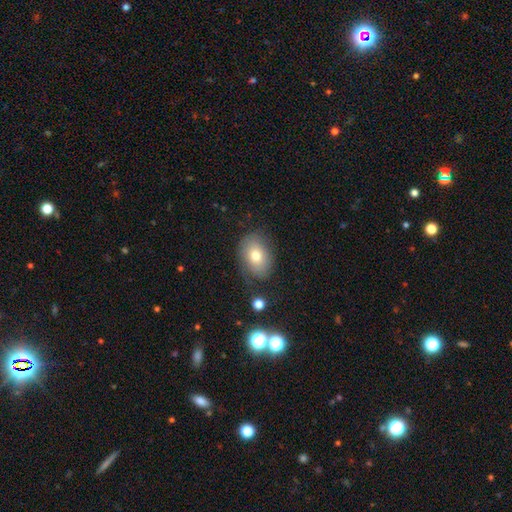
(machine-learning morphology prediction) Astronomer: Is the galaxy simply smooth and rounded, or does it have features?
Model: smooth — 71%.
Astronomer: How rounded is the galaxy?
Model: in between — 75%.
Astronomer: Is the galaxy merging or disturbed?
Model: none — 73%.